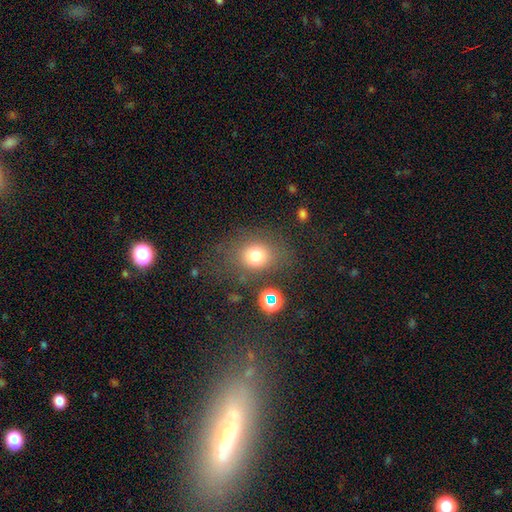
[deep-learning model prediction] Overall: smooth (75%). How rounded: round (63%; in between 36%). Merging: none (71%).